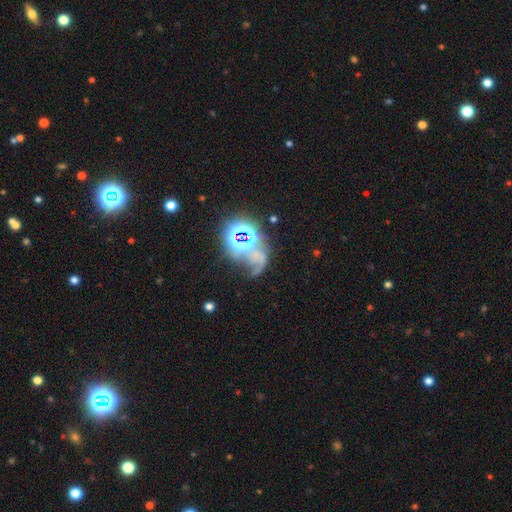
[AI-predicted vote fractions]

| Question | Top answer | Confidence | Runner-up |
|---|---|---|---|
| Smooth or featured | star or artifact | 50% | featured or disk (26%) |